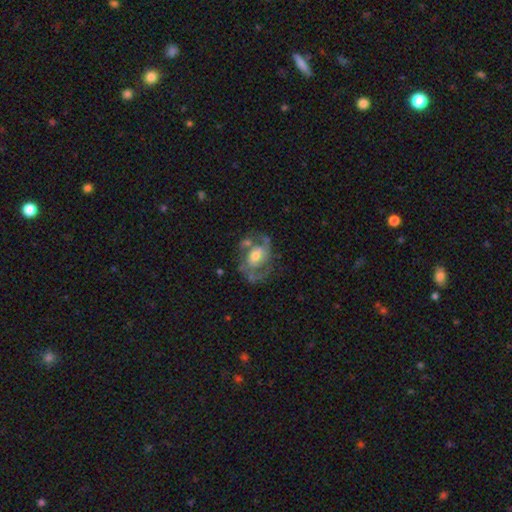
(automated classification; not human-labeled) Smooth or featured? featured or disk (77%)
Edge-on disk? no (97%)
Bar? no (62%)
Spiral arms? yes (80%)
Spiral winding? medium (48%)
Spiral arm count? 2 (64%)
Bulge size? moderate (65%)
Merging? none (52%)